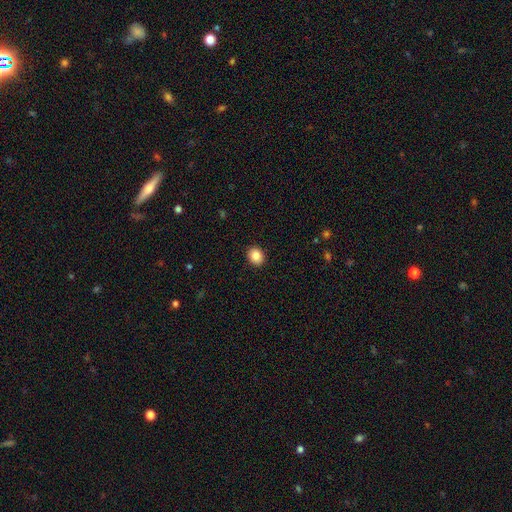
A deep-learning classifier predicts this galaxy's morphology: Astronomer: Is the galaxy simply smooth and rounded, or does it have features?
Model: smooth — 85%.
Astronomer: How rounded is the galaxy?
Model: round — 62% (runner-up: in between, 37%).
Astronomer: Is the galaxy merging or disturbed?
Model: none — 92%.